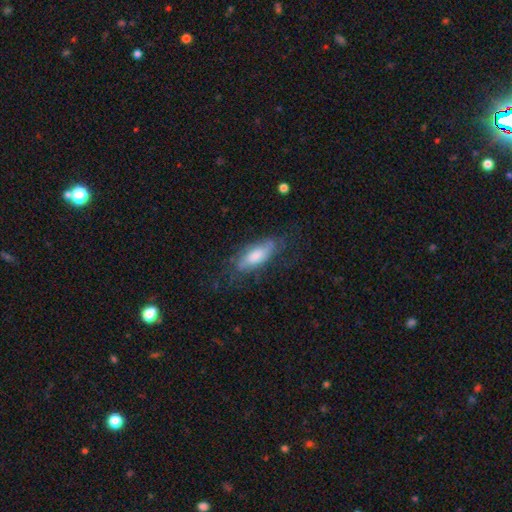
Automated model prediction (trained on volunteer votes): This appears to be a smooth galaxy with no disk features (55%) that is in between round and cigar-shaped (69%). Merging: none (62%).